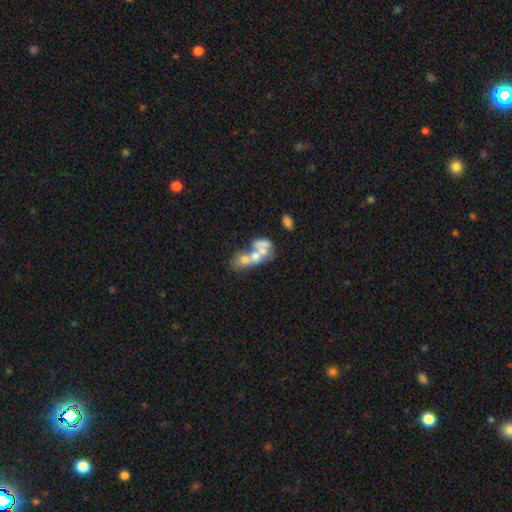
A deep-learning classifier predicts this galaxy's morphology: This appears to be a featured or disk galaxy (48%). Merging: merger (65%).